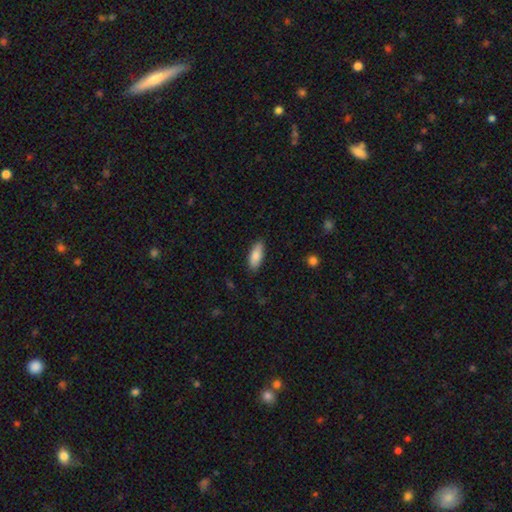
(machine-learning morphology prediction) This appears to be a smooth galaxy with no disk features (85%) that is in between round and cigar-shaped (77%). Merging: none (84%).